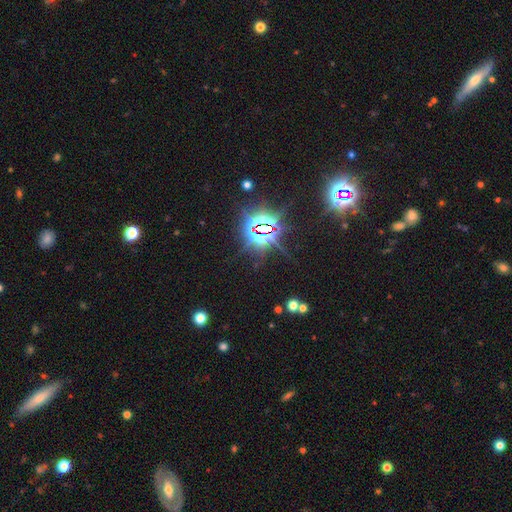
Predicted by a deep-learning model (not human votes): smooth-or-featured: star or artifact: 82% | smooth: 11% | featured or disk: 7%